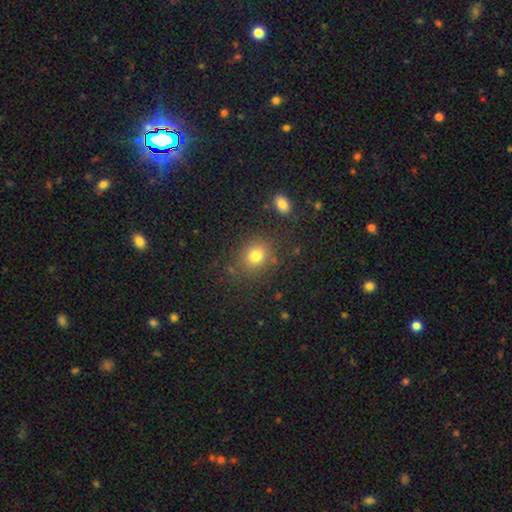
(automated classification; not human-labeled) Smooth or featured?
  - smooth: 78% *
  - star or artifact: 14%
  - featured or disk: 7%
How rounded?
  - round: 74% *
  - in between: 25%
  - cigar-shaped: 1%
Merging?
  - none: 81% *
  - minor disturbance: 11%
  - major disturbance: 4%
  - merger: 4%